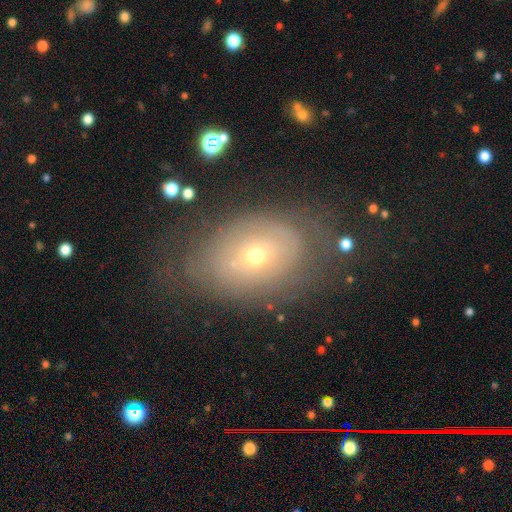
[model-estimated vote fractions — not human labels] smooth_or_featured: featured or disk (p=0.43) [tied with: smooth p=0.43]
merging: none (p=0.66) [alt: minor disturbance p=0.20]